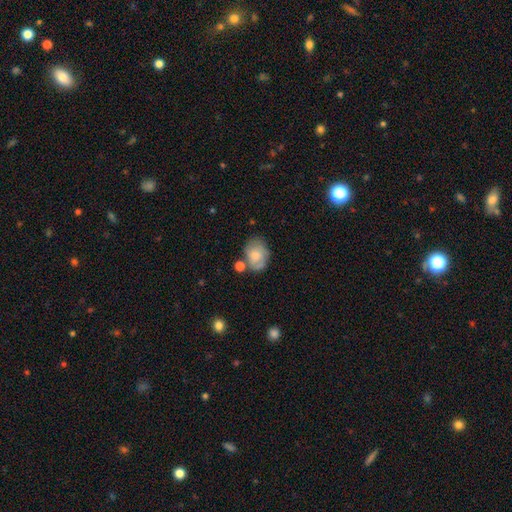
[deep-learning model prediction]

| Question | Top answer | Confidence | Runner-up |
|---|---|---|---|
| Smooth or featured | smooth | 67% | featured or disk (25%) |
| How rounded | in between | 70% | round (29%) |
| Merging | none | 55% | minor disturbance (25%) |